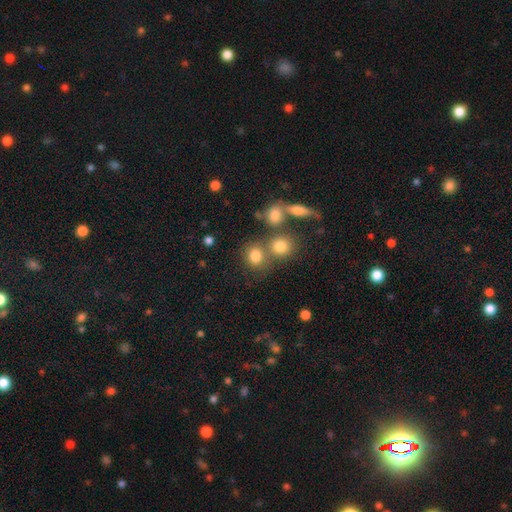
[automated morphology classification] Smooth or featured: smooth — 78% (star or artifact — 13%)
How rounded: round — 73% (in between — 25%)
Merging: none — 54% (merger — 31%)